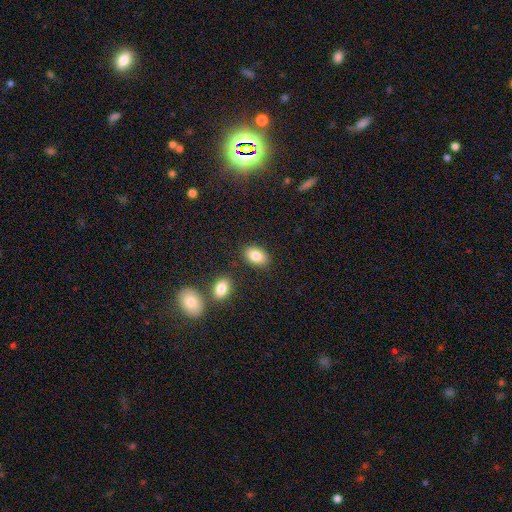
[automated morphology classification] Q: Smooth or featured?
A: smooth (84%); runner-up: featured or disk (8%)
Q: How rounded?
A: in between (89%); runner-up: round (9%)
Q: Merging?
A: none (83%); runner-up: minor disturbance (10%)